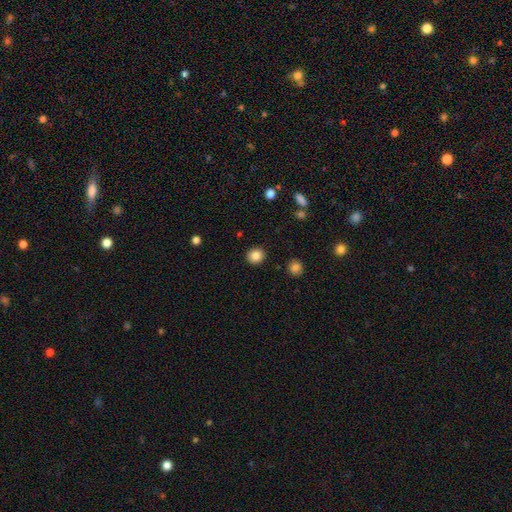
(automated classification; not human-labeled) Smooth or featured?
  - smooth: 85% *
  - star or artifact: 10%
  - featured or disk: 5%
How rounded?
  - round: 88% *
  - in between: 11%
  - cigar-shaped: 1%
Merging?
  - none: 91% *
  - minor disturbance: 6%
  - major disturbance: 2%
  - merger: 1%